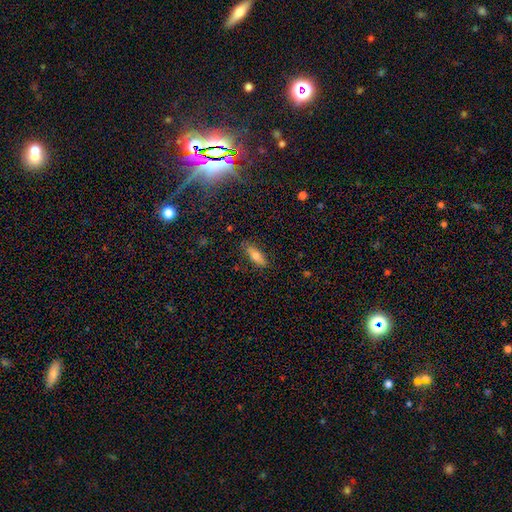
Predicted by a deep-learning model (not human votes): Smooth or featured?
  - smooth: 72% *
  - featured or disk: 20%
  - star or artifact: 8%
How rounded?
  - in between: 63% *
  - cigar-shaped: 34%
  - round: 3%
Merging?
  - none: 82% *
  - minor disturbance: 13%
  - major disturbance: 3%
  - merger: 2%